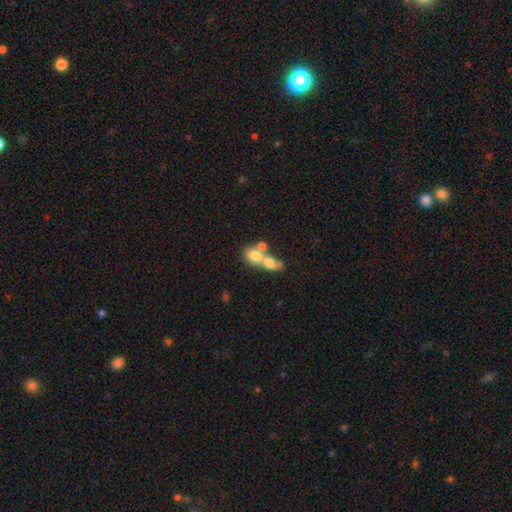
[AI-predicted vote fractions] Morphology: type=smooth (70%); roundness=round (52%); merging=merger (72%).